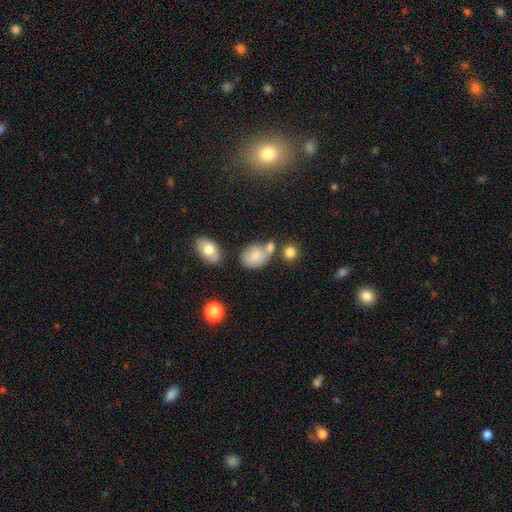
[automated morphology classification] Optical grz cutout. It shows a smooth galaxy with no disk features (72%) that is in between round and cigar-shaped (62%). Merging: none (46%).